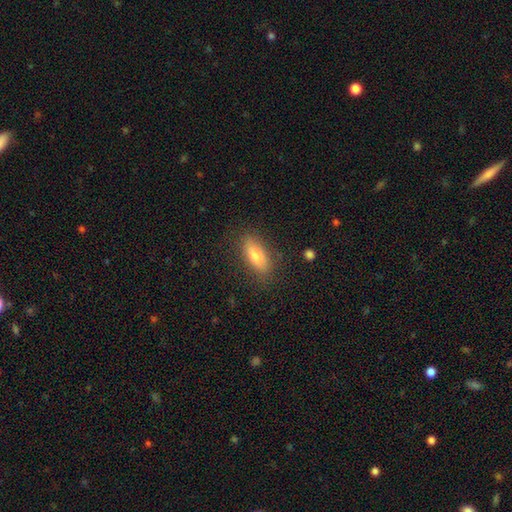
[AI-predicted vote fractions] Smooth or featured? smooth (75%)
How rounded? in between (76%)
Merging? none (83%)